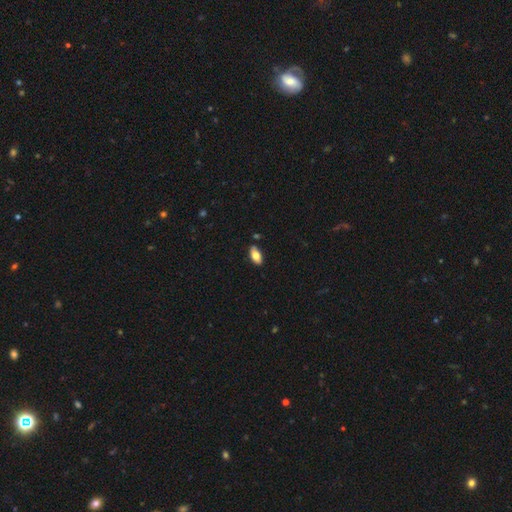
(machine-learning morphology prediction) Smooth or featured? Predicted: smooth (p=0.73). How rounded? Predicted: in between (p=0.91). Merging? Predicted: none (p=0.83).